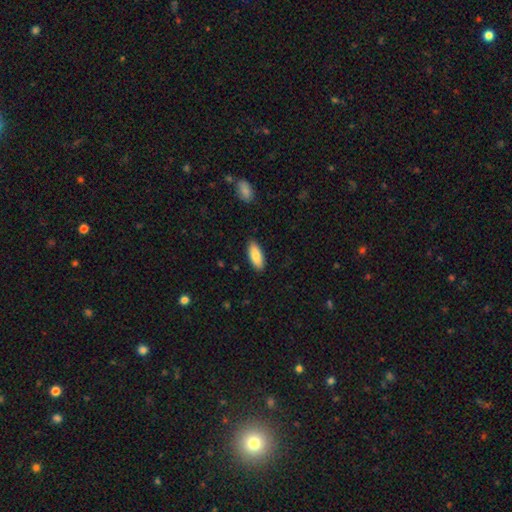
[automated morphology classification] A smooth galaxy with no disk features (85%) that is in between round and cigar-shaped (80%). Merging: none (88%).